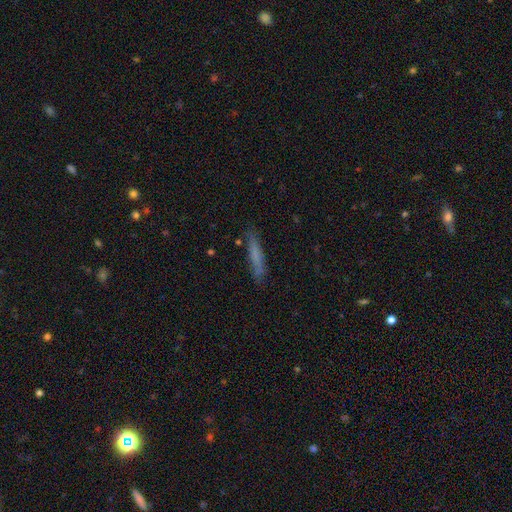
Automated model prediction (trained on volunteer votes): Overall: smooth (69%). How rounded: cigar-shaped (91%). Merging: none (81%).